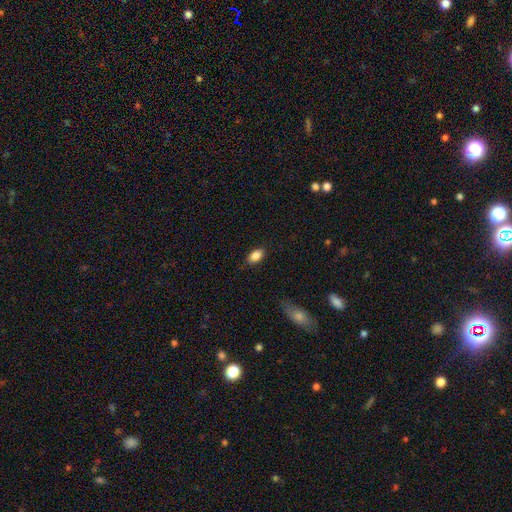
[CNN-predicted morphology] A smooth galaxy with no disk features (87%) that is in between round and cigar-shaped (90%). Merging: none (83%).